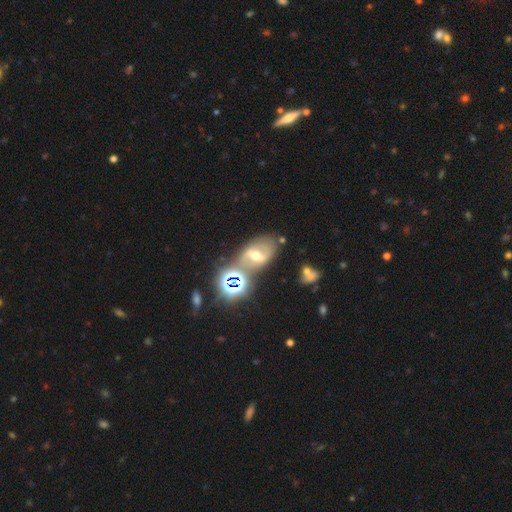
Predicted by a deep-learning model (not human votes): The model was most divided on "bar": strong: 43%, weak: 39%, no: 18%. More confident: edge-on disk — no (93%); bulge size — moderate (68%); spiral arms — yes (65%); merging — none (62%); smooth or featured — featured or disk (60%).